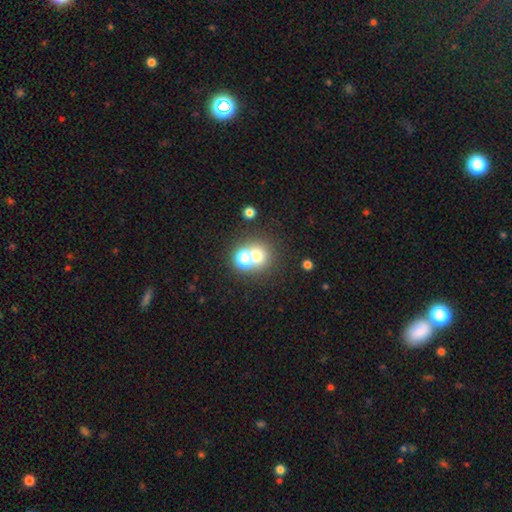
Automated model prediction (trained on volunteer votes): smooth-or-featured: smooth: 66% | star or artifact: 19% | featured or disk: 15%
  how-rounded: round: 85% | in between: 14% | cigar-shaped: 1%
  merging: none: 47% | merger: 43% | minor disturbance: 6% | major disturbance: 4%